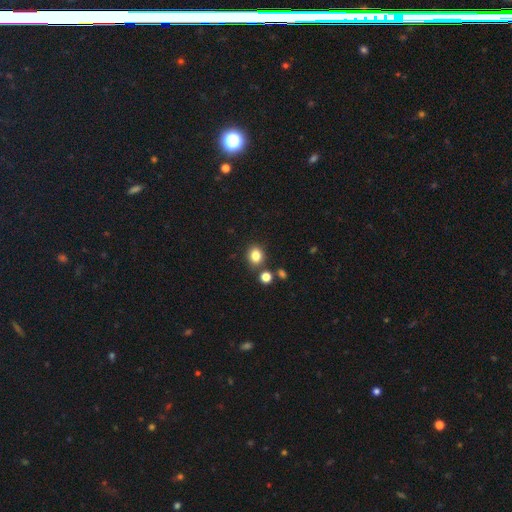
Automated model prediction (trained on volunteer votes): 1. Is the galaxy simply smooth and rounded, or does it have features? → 82% smooth, 12% star or artifact, 6% featured or disk.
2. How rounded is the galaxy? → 70% round, 29% in between, 1% cigar-shaped.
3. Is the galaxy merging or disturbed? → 79% none, 10% minor disturbance, 8% merger, 3% major disturbance.